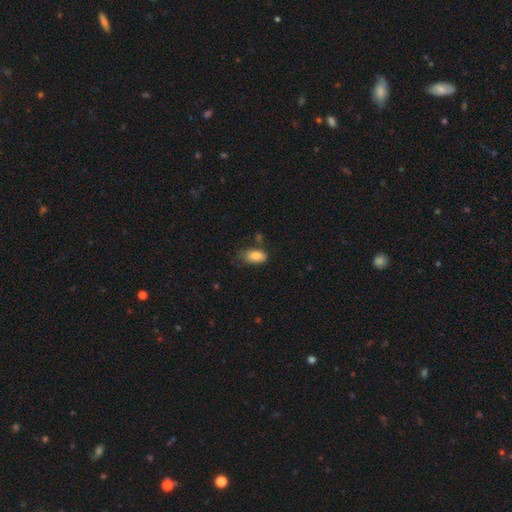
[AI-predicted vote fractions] A smooth galaxy with no disk features (84%) that is in between round and cigar-shaped (92%).

Vote fractions:
- Smooth or featured? smooth: 84% / featured or disk: 8% / star or artifact: 8%
- How rounded? in between: 92% / round: 5% / cigar-shaped: 3%
- Merging? none: 60% / minor disturbance: 28% / major disturbance: 7% / merger: 5%